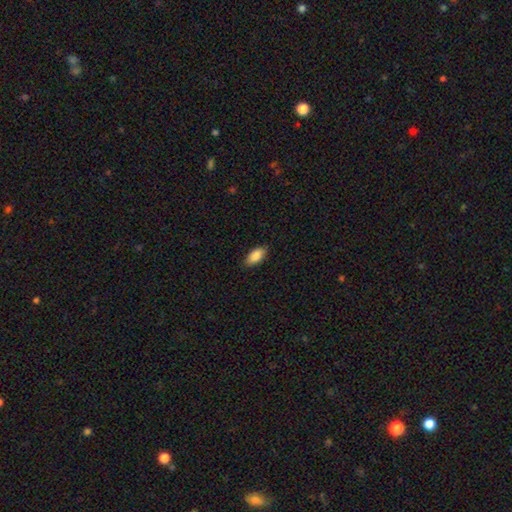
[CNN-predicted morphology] This appears to be a smooth galaxy with no disk features (87%) that is in between round and cigar-shaped (90%). Merging: none (87%).